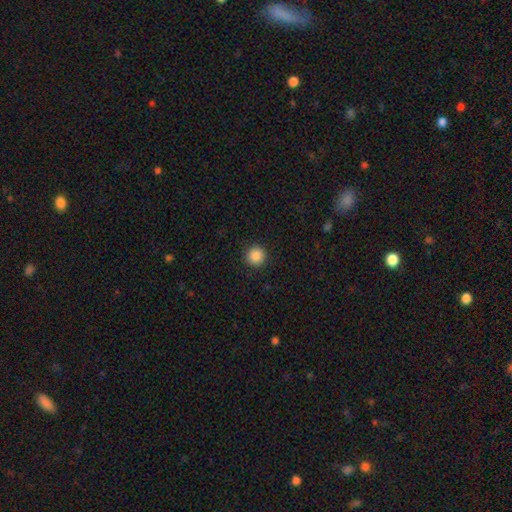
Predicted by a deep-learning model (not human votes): A smooth galaxy with no disk features (86%) that is round (95%).

Vote fractions:
- Smooth or featured? smooth: 86% / star or artifact: 10% / featured or disk: 4%
- How rounded? round: 95% / in between: 4% / cigar-shaped: 1%
- Merging? none: 92% / minor disturbance: 5% / major disturbance: 2% / merger: 1%